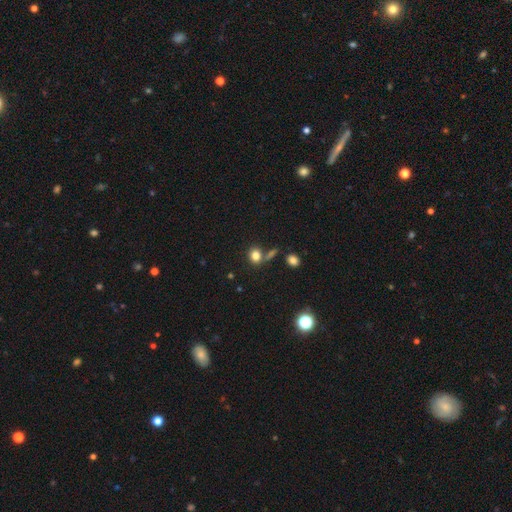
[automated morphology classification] smooth_or_featured: smooth (p=0.80) [alt: star or artifact p=0.13]
how_rounded: round (p=0.65) [alt: in between p=0.33]
merging: none (p=0.63) [alt: merger p=0.20]